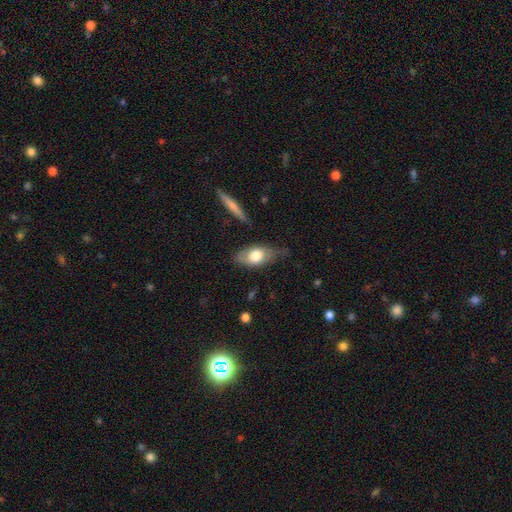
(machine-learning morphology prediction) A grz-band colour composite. It shows a smooth galaxy with no disk features (67%) that is in between round and cigar-shaped (88%). Merging: none (57%).